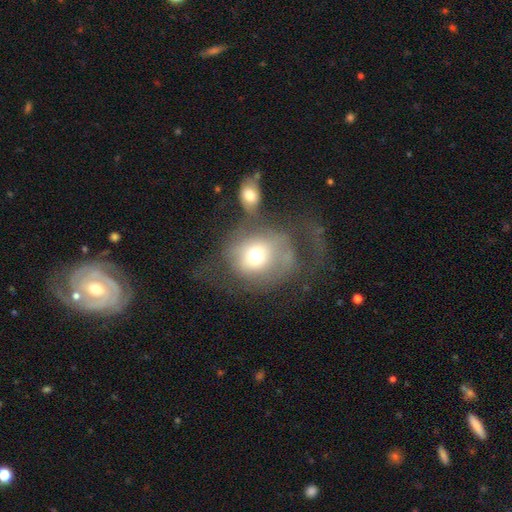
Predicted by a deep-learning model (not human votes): A smooth galaxy with no disk features (61%) that is round (73%).

Vote fractions:
- Smooth or featured? smooth: 61% / featured or disk: 28% / star or artifact: 11%
- How rounded? round: 73% / in between: 26% / cigar-shaped: 1%
- Merging? major disturbance: 34% / none: 26% / merger: 25% / minor disturbance: 15%